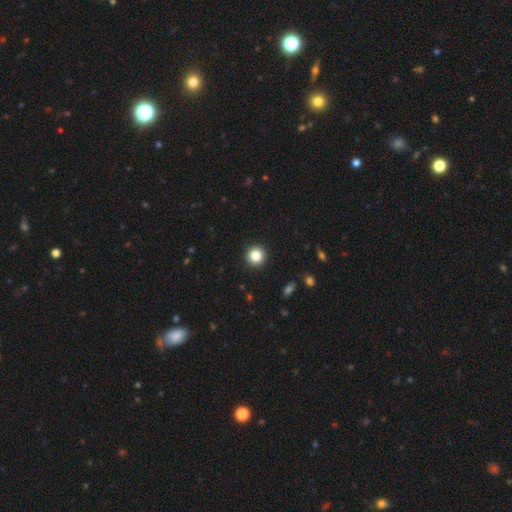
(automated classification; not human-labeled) Morphology: type=smooth (84%); roundness=round (95%); merging=none (93%).